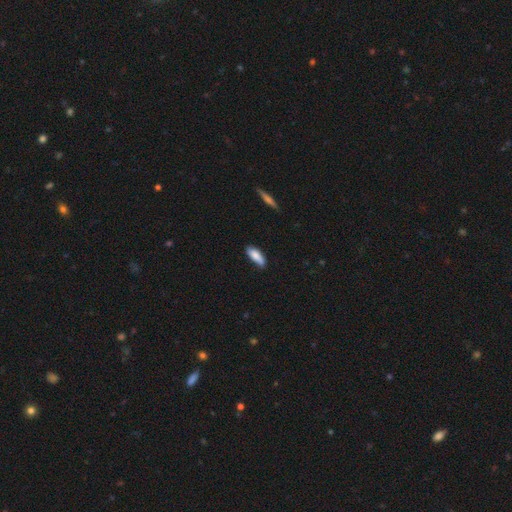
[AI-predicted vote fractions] Q: Smooth or featured?
A: smooth (82%); runner-up: featured or disk (12%)
Q: How rounded?
A: in between (67%); runner-up: cigar-shaped (31%)
Q: Merging?
A: none (70%); runner-up: minor disturbance (24%)